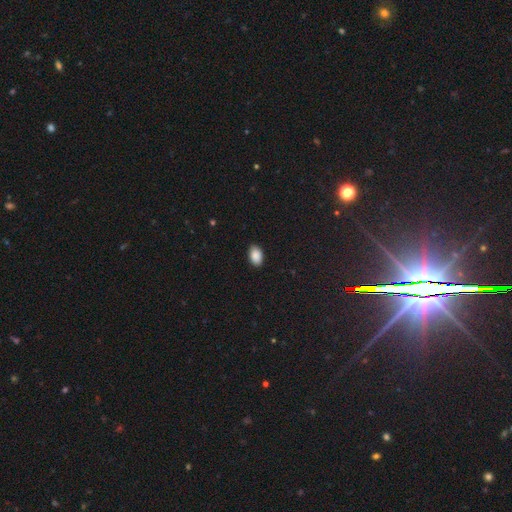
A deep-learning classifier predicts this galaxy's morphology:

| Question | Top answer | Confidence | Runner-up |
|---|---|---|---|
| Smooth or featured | smooth | 89% | star or artifact (8%) |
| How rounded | in between | 90% | round (9%) |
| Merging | none | 88% | minor disturbance (9%) |